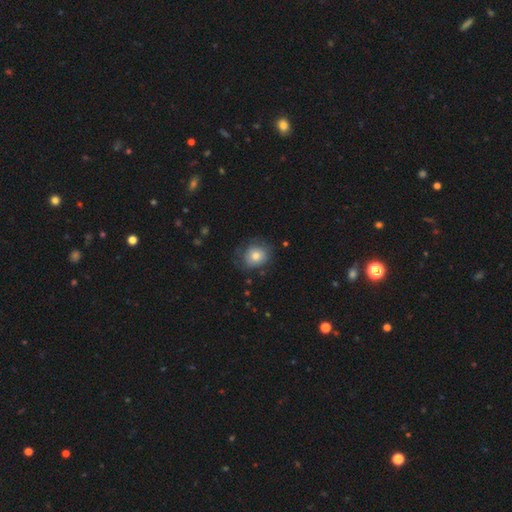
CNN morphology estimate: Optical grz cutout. It shows a smooth galaxy with no disk features (72%) that is round (76%). Merging: none (66%).